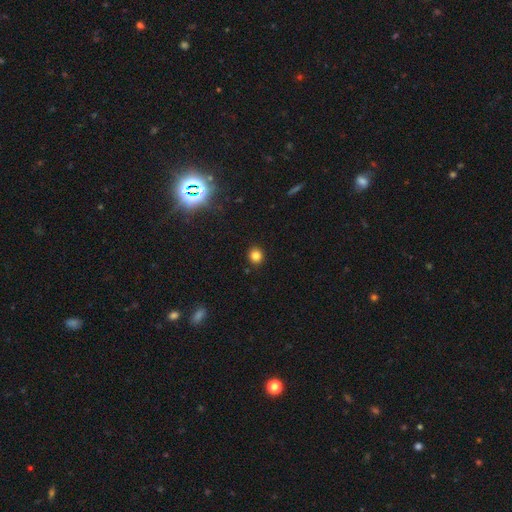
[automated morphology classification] This appears to be a smooth galaxy with no disk features (81%) that is round (88%). Merging: none (91%).